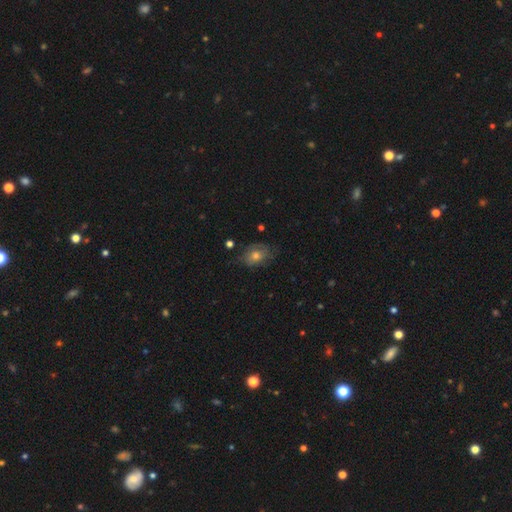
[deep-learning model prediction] smooth_or_featured: smooth (p=0.51) [alt: featured or disk p=0.36]
how_rounded: in between (p=0.70) [alt: round p=0.29]
merging: none (p=0.65) [alt: minor disturbance p=0.24]